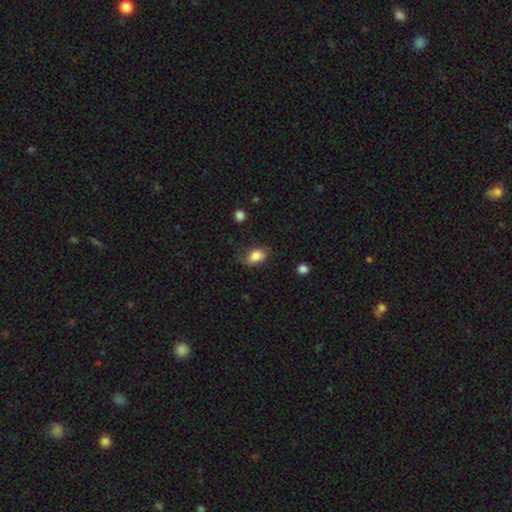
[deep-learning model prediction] smooth_or_featured: smooth (p=0.81) [alt: featured or disk p=0.11]
how_rounded: in between (p=0.85) [alt: round p=0.13]
merging: none (p=0.63) [alt: minor disturbance p=0.26]